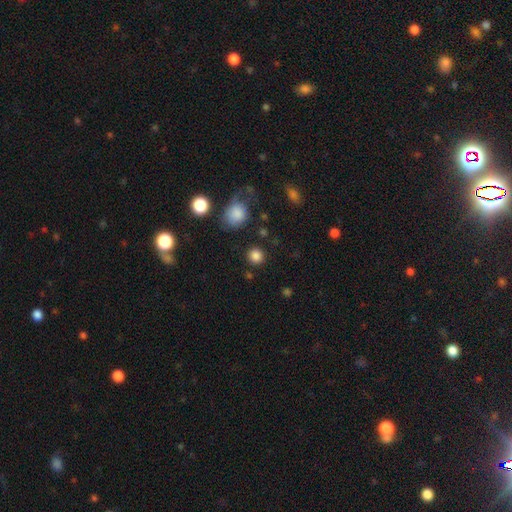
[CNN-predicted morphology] smooth_or_featured: smooth (p=0.84) [alt: star or artifact p=0.12]
how_rounded: round (p=0.90) [alt: in between p=0.09]
merging: none (p=0.88) [alt: minor disturbance p=0.07]